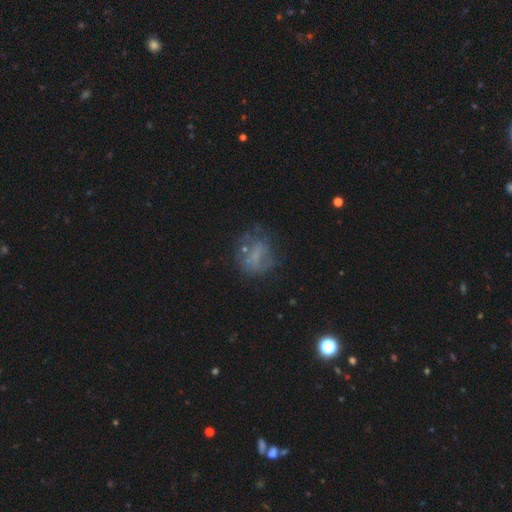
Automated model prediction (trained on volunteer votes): Overall: featured or disk (43%; smooth 38%). Merging: none (54%; minor disturbance 21%).